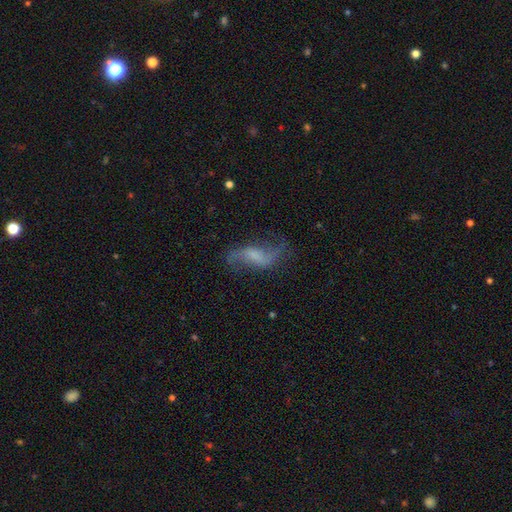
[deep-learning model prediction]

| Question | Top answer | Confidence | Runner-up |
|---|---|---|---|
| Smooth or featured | featured or disk | 74% | smooth (17%) |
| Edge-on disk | no | 93% | yes (7%) |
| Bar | weak | 45% | no (37%) |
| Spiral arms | yes | 91% | no (9%) |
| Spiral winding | loose | 84% | medium (12%) |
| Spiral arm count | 2 | 89% | 1 (4%) |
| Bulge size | none | 40% | small (33%) |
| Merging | none | 64% | minor disturbance (19%) |